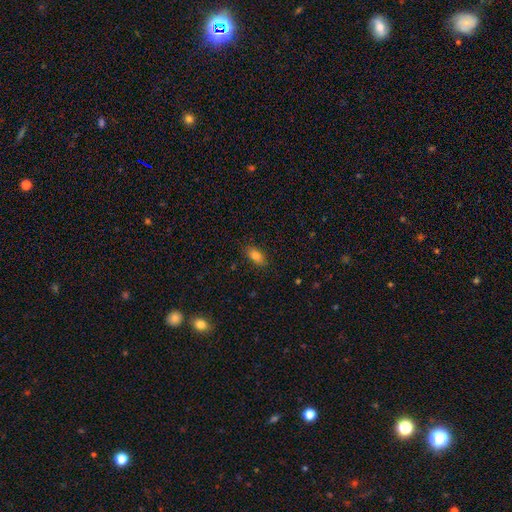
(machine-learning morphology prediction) A smooth galaxy with no disk features (81%) that is in between round and cigar-shaped (87%).

Vote fractions:
- Smooth or featured? smooth: 81% / star or artifact: 10% / featured or disk: 9%
- How rounded? in between: 87% / cigar-shaped: 7% / round: 6%
- Merging? none: 85% / minor disturbance: 11% / major disturbance: 2% / merger: 1%